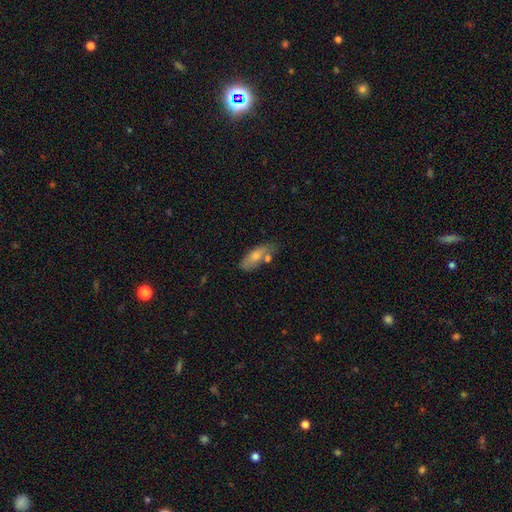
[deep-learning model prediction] This appears to be a smooth galaxy with no disk features (57%) that is in between round and cigar-shaped (60%). Merging: none (63%).